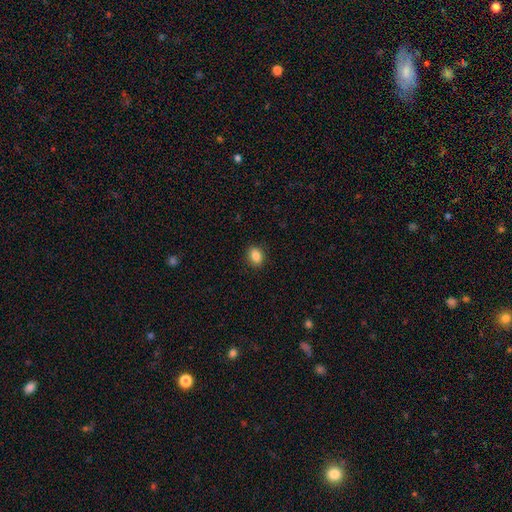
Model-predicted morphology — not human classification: smooth_or_featured: smooth (p=0.86) [alt: star or artifact p=0.09]
how_rounded: in between (p=0.70) [alt: round p=0.29]
merging: none (p=0.89) [alt: minor disturbance p=0.08]